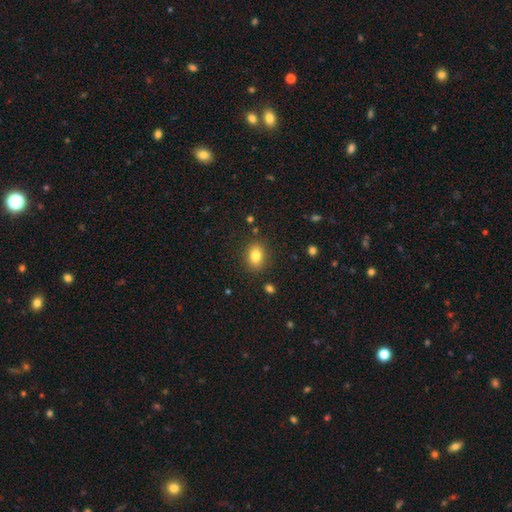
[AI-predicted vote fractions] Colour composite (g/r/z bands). It shows a smooth galaxy with no disk features (82%) that is in between round and cigar-shaped (69%). Merging: none (86%).